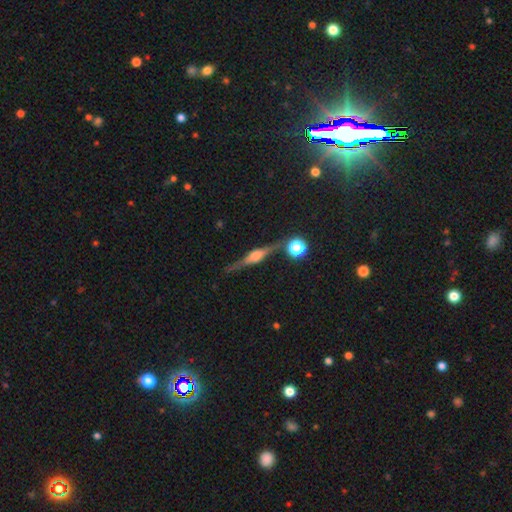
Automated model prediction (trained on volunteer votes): Smooth or featured: featured or disk — 80% (smooth — 12%)
Edge-on disk: yes — 97% (no — 3%)
Edge-on bulge: rounded — 73% (boxy — 23%)
Merging: none — 83% (minor disturbance — 10%)